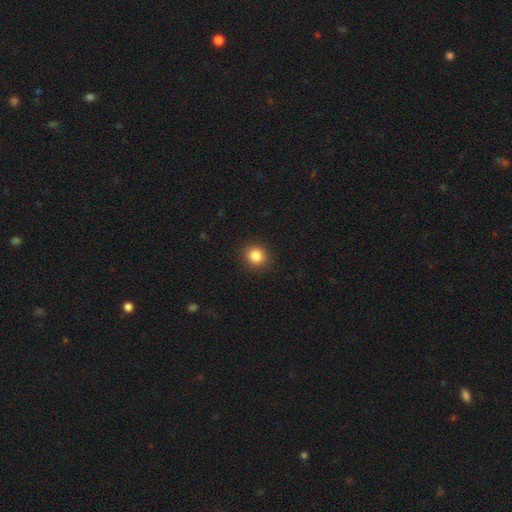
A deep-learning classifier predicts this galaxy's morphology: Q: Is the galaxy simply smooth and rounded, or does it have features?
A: smooth — 84%.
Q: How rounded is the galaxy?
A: round — 87%.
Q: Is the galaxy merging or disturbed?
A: none — 91%.